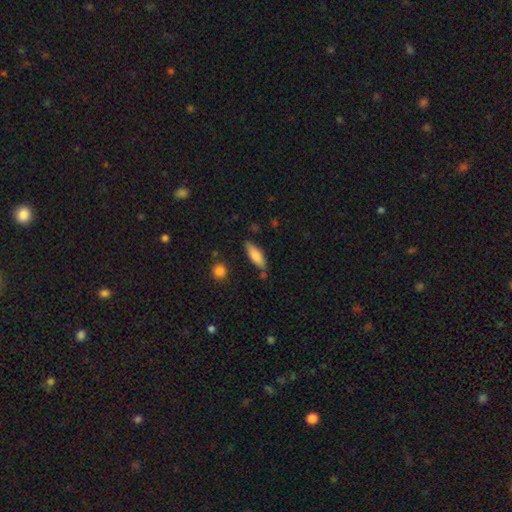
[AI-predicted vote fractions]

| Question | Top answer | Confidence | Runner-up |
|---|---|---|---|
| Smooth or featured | smooth | 76% | featured or disk (18%) |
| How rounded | in between | 54% | cigar-shaped (44%) |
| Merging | none | 76% | minor disturbance (16%) |